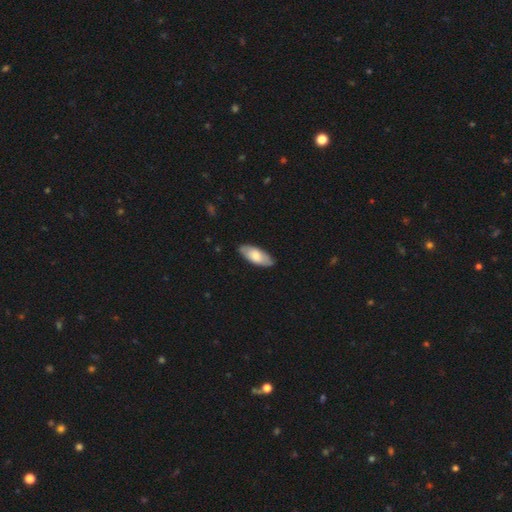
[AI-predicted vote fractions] smooth 70%, featured or disk 25%, star or artifact 5%. Down the decision tree: how rounded — in between (83%); merging — none (85%).